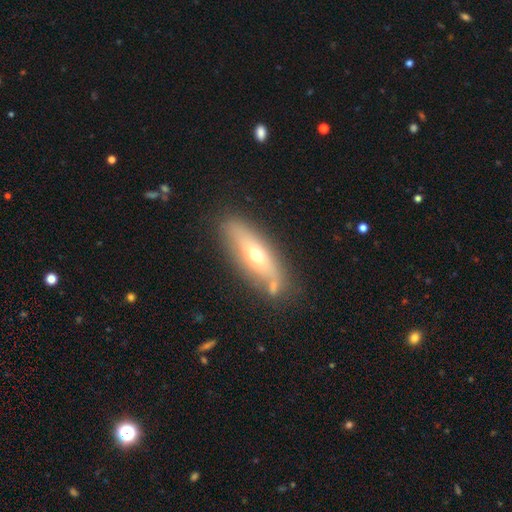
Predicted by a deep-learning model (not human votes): smooth-or-featured: smooth: 49% | featured or disk: 43% | star or artifact: 8%
  merging: none: 72% | minor disturbance: 15% | merger: 8% | major disturbance: 5%